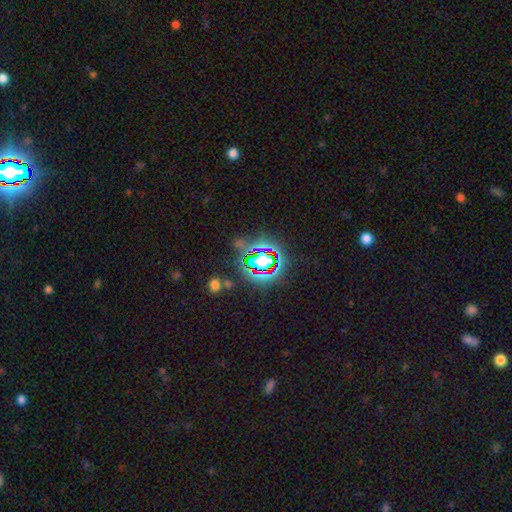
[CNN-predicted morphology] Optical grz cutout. It shows a star or artifact, not a galaxy (74%).